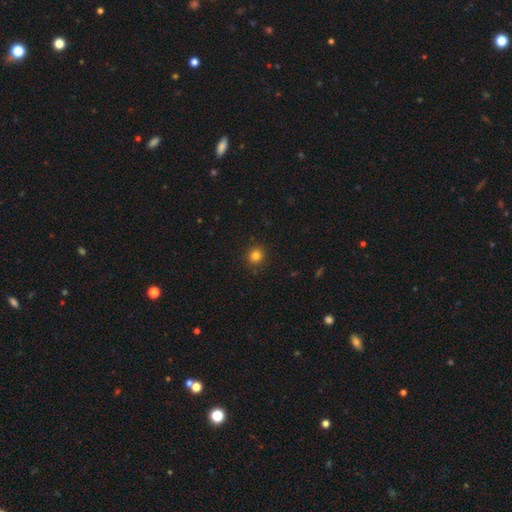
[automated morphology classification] Overall: smooth (82%). How rounded: round (90%). Merging: none (91%).